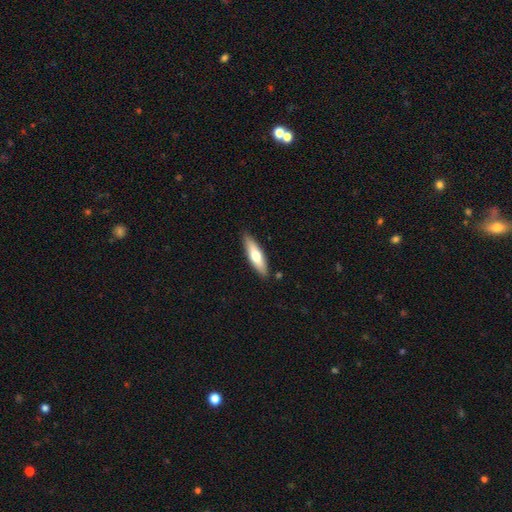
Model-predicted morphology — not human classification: A smooth galaxy with no disk features (61%) that is cigar-shaped (64%).

Vote fractions:
- Smooth or featured? smooth: 61% / featured or disk: 34% / star or artifact: 5%
- How rounded? cigar-shaped: 64% / in between: 35% / round: 2%
- Merging? none: 88% / minor disturbance: 9% / major disturbance: 2% / merger: 2%